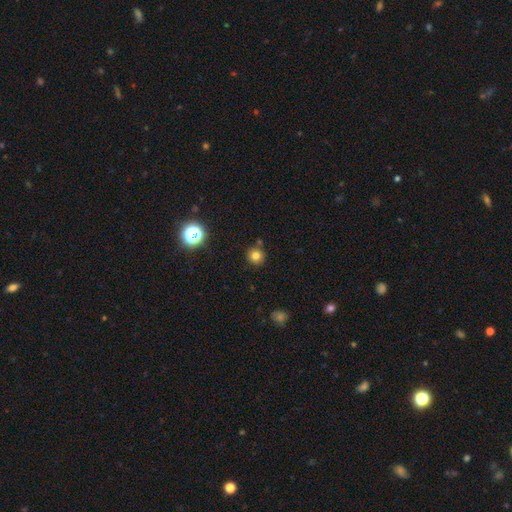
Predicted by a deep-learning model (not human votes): smooth 77%, star or artifact 16%, featured or disk 7%. Down the decision tree: how rounded — round (93%); merging — none (84%).